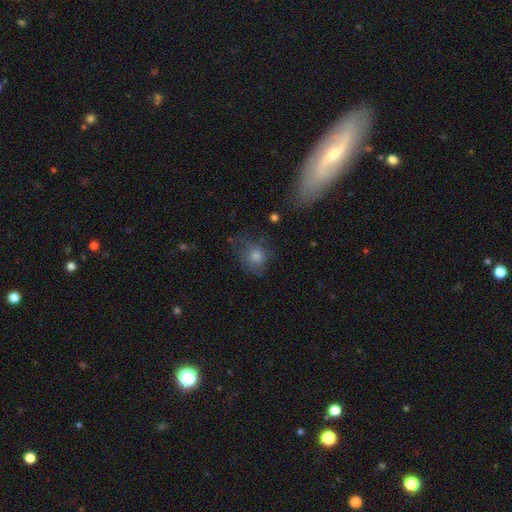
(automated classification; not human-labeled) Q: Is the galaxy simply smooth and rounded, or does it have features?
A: smooth — 67%.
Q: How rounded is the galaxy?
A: round — 72%.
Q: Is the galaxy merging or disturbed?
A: none — 63%.